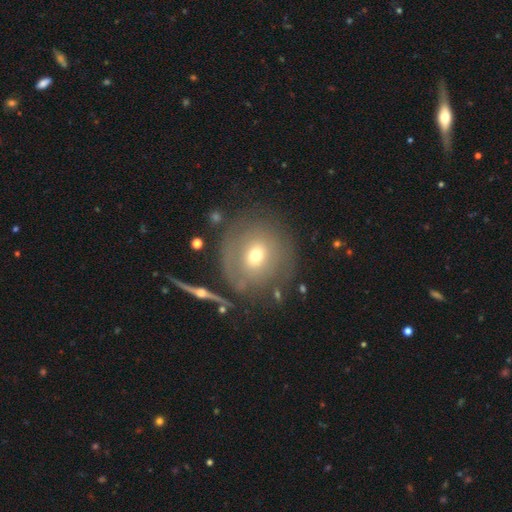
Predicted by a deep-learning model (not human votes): Smooth or featured?
  - smooth: 52% *
  - featured or disk: 36%
  - star or artifact: 12%
How rounded?
  - round: 87% *
  - in between: 12%
  - cigar-shaped: 1%
Merging?
  - none: 74% *
  - minor disturbance: 14%
  - major disturbance: 7%
  - merger: 5%